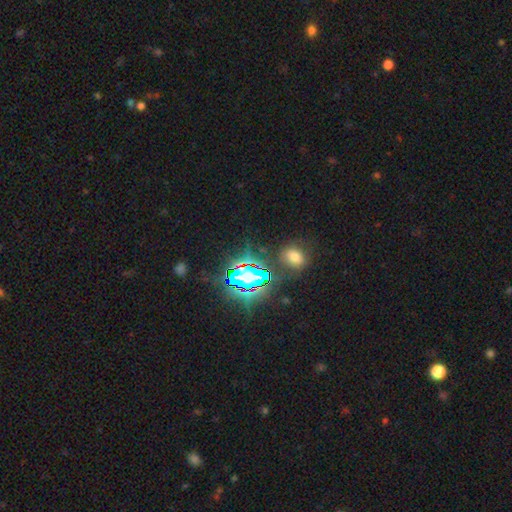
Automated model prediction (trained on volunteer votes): smooth_or_featured: star or artifact (p=0.81) [alt: smooth p=0.12]